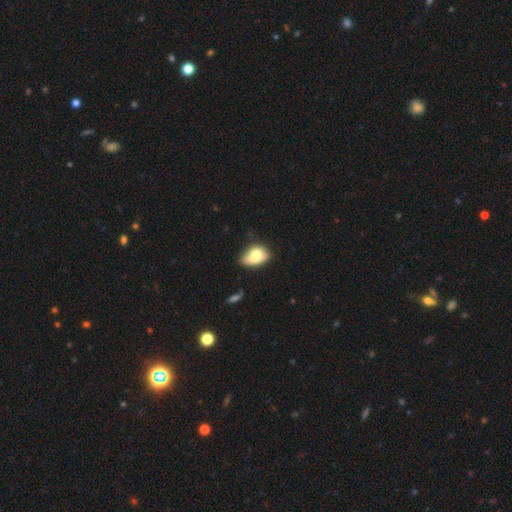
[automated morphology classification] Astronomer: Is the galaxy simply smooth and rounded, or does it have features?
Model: smooth — 75%.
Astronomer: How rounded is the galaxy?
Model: in between — 82%.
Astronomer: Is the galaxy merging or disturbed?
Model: none — 39% (runner-up: minor disturbance, 37%).